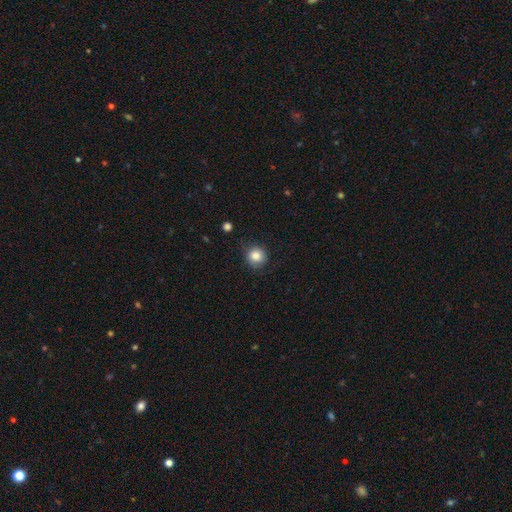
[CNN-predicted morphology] Overall: smooth (84%). How rounded: round (90%). Merging: none (81%).